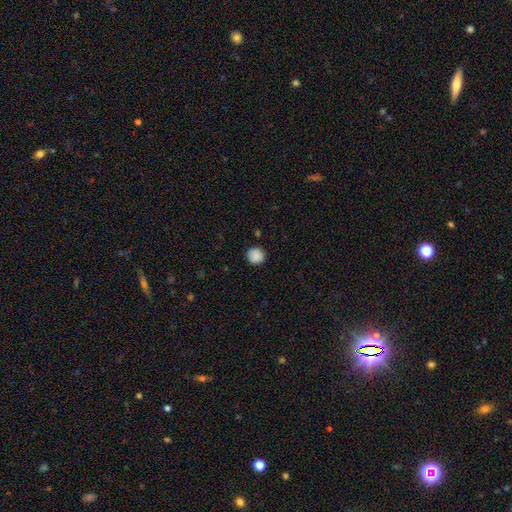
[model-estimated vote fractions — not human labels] A smooth galaxy with no disk features (89%) that is round (94%). Merging: none (90%).